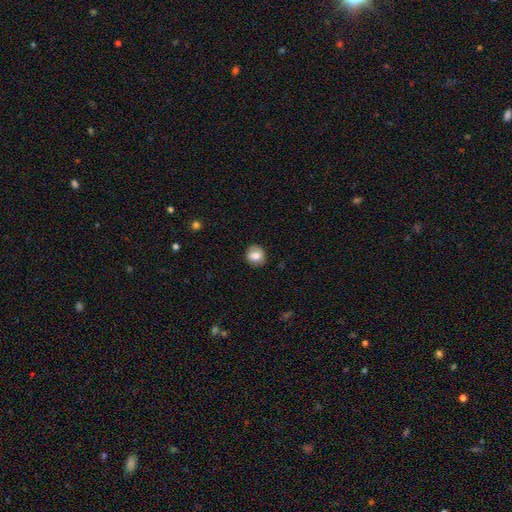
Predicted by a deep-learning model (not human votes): Morphology: type=smooth (78%); roundness=round (84%); merging=none (86%).